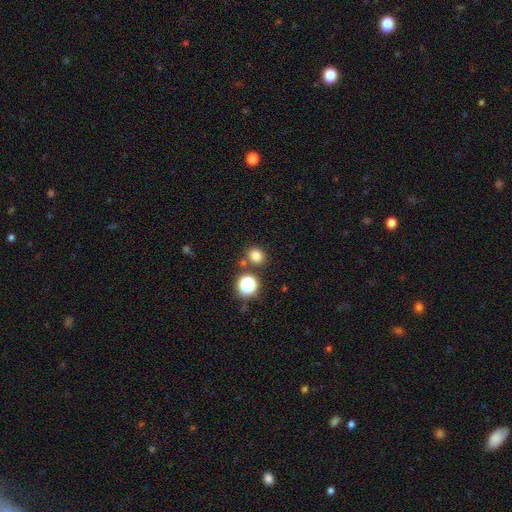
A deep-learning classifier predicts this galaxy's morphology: Smooth or featured?
  - smooth: 77% *
  - star or artifact: 18%
  - featured or disk: 6%
How rounded?
  - round: 82% *
  - in between: 17%
  - cigar-shaped: 1%
Merging?
  - none: 80% *
  - merger: 9%
  - minor disturbance: 8%
  - major disturbance: 3%